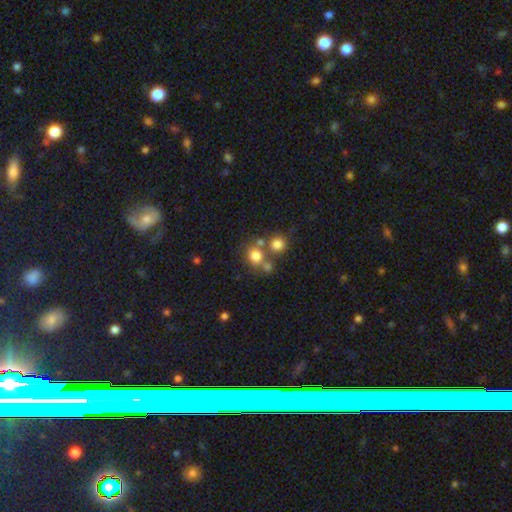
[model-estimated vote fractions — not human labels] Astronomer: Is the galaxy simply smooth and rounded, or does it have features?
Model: smooth — 73%.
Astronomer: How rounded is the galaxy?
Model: round — 83%.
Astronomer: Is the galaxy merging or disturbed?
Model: none — 56%.